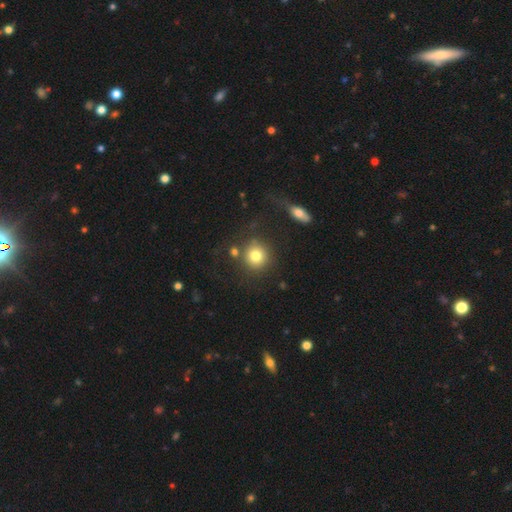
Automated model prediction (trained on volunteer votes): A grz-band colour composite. It shows a smooth galaxy with no disk features (79%) that is round (91%). Merging: none (73%).